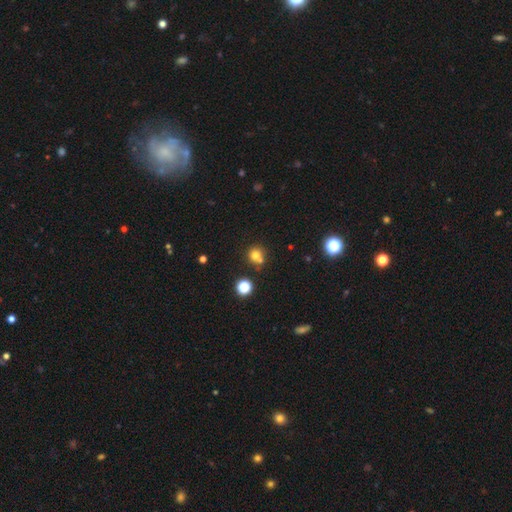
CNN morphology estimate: Smooth or featured? Predicted: smooth (p=0.74). How rounded? Predicted: round (p=0.87). Merging? Predicted: none (p=0.58).